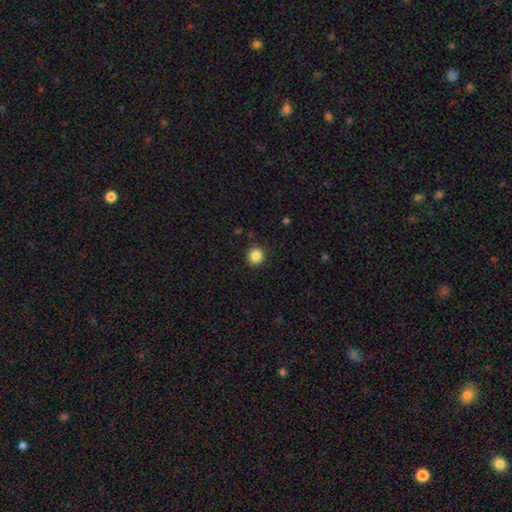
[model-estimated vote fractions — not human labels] smooth-or-featured: smooth: 86% | star or artifact: 11% | featured or disk: 4%
  how-rounded: round: 92% | in between: 7% | cigar-shaped: 1%
  merging: none: 90% | minor disturbance: 7% | major disturbance: 2% | merger: 1%